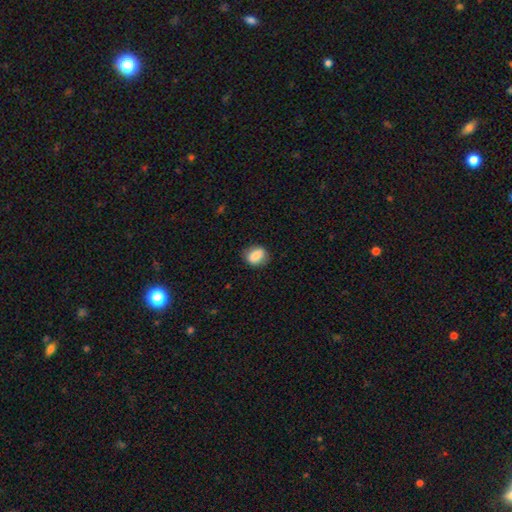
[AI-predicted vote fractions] This is clearly a smooth galaxy (81%). How rounded: possibly in between (58%). Merging: clearly none (81%).